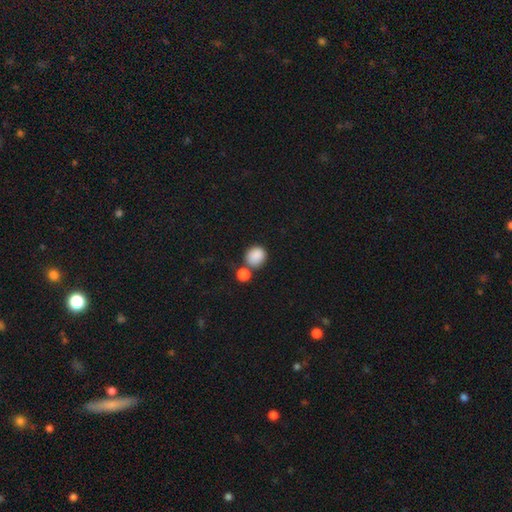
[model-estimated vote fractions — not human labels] smooth-or-featured: smooth: 87% | star or artifact: 9% | featured or disk: 4%
  how-rounded: round: 75% | in between: 24% | cigar-shaped: 1%
  merging: none: 59% | merger: 25% | minor disturbance: 12% | major disturbance: 5%